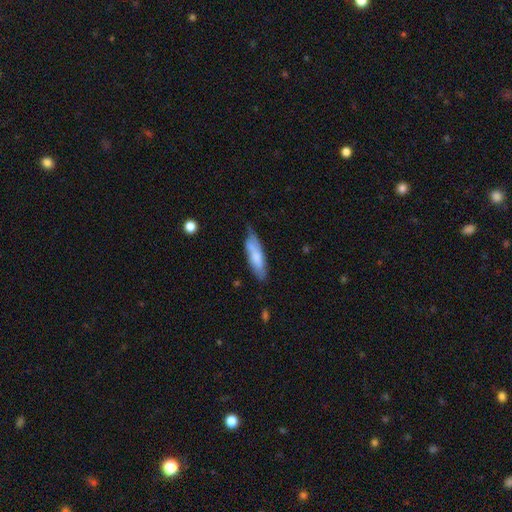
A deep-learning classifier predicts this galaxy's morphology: This appears to be a smooth galaxy with no disk features (69%) that is cigar-shaped (54%). Merging: none (59%).